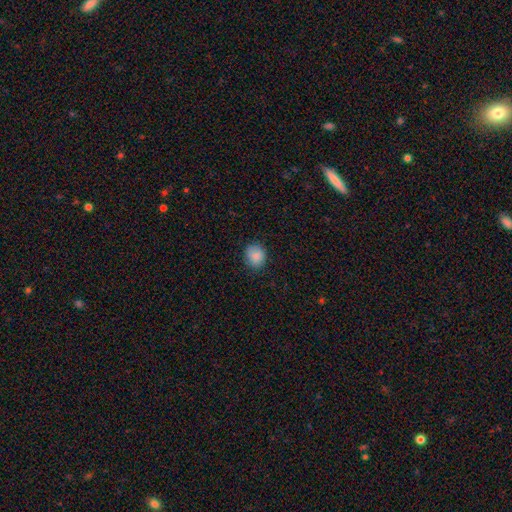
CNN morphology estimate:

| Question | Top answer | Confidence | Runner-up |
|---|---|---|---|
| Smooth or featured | smooth | 87% | star or artifact (8%) |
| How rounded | round | 72% | in between (27%) |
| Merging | none | 83% | minor disturbance (13%) |